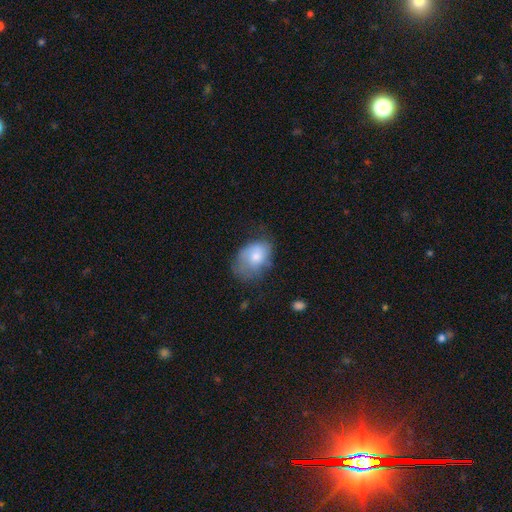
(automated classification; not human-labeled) smooth-or-featured: smooth: 65% | featured or disk: 27% | star or artifact: 8%
  how-rounded: in between: 77% | round: 22% | cigar-shaped: 1%
  merging: none: 45% | minor disturbance: 33% | major disturbance: 20% | merger: 2%